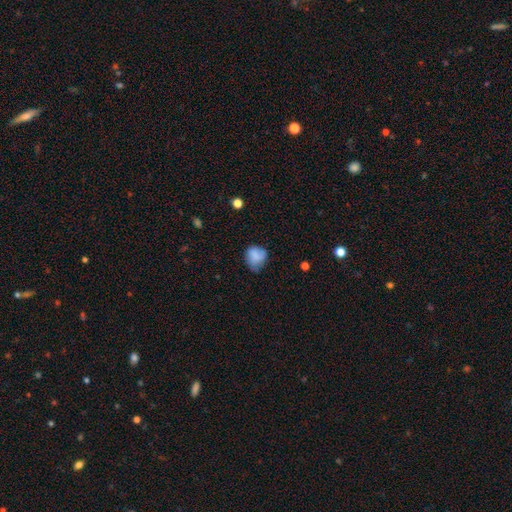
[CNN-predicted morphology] A smooth galaxy with no disk features (78%) that is round (65%).

Vote fractions:
- Smooth or featured? smooth: 78% / featured or disk: 13% / star or artifact: 9%
- How rounded? round: 65% / in between: 34% / cigar-shaped: 1%
- Merging? none: 52% / minor disturbance: 34% / major disturbance: 11% / merger: 3%